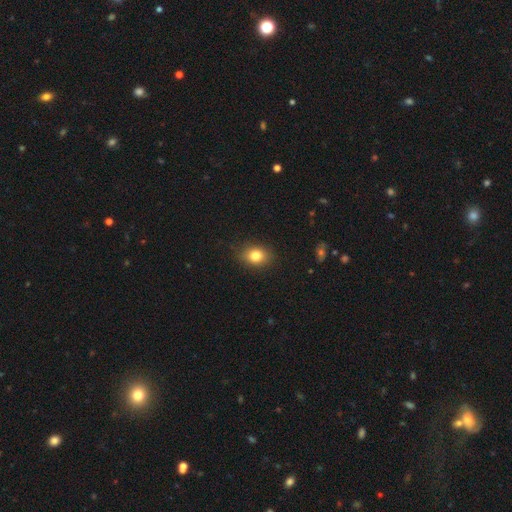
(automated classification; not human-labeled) smooth 81%, star or artifact 11%, featured or disk 8%. Down the decision tree: how rounded — in between (54%); merging — none (84%).